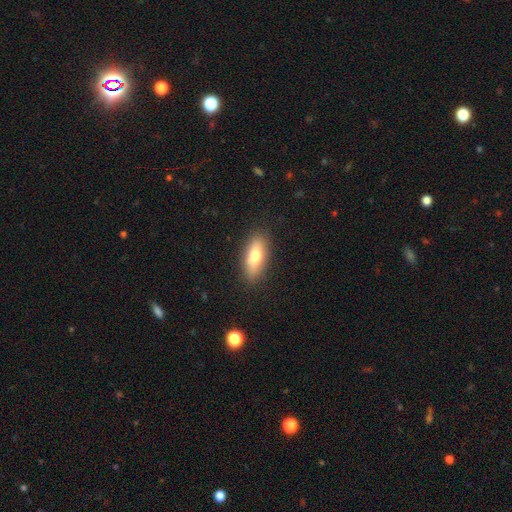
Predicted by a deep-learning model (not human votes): Smooth or featured?
  - smooth: 73% *
  - featured or disk: 20%
  - star or artifact: 7%
How rounded?
  - in between: 76% *
  - cigar-shaped: 21%
  - round: 4%
Merging?
  - none: 84% *
  - minor disturbance: 11%
  - major disturbance: 3%
  - merger: 1%